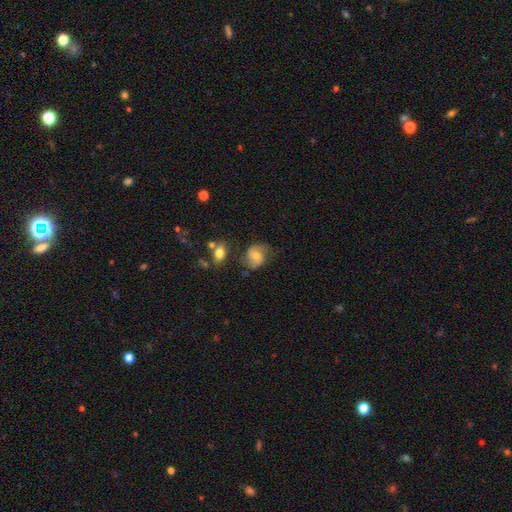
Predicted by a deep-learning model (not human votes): Smooth or featured: featured or disk — 54% (smooth — 36%)
Edge-on disk: no — 97% (yes — 3%)
Bar: no — 48% (weak — 39%)
Spiral arms: yes — 86% (no — 14%)
Bulge size: moderate — 49% (small — 43%)
Merging: none — 63% (minor disturbance — 23%)